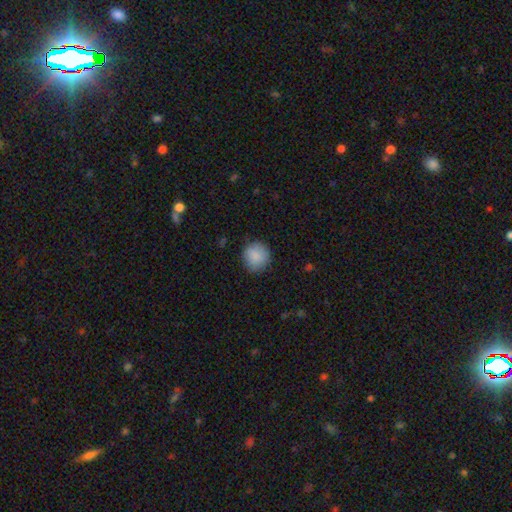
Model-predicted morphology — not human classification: smooth-or-featured: smooth: 88% | star or artifact: 7% | featured or disk: 5%
  how-rounded: round: 91% | in between: 8% | cigar-shaped: 1%
  merging: none: 84% | minor disturbance: 13% | major disturbance: 3% | merger: 1%